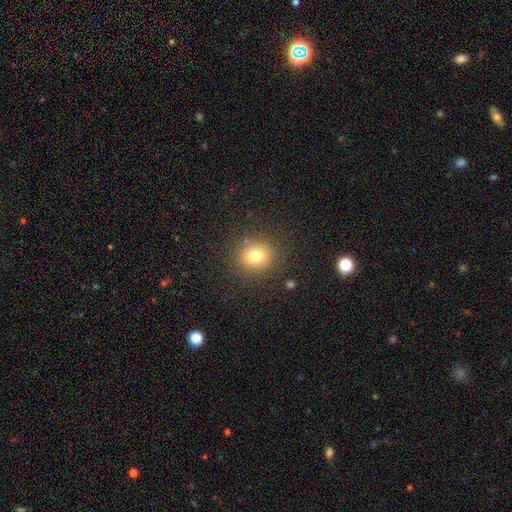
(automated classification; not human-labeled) This appears to be a smooth galaxy with no disk features (76%) that is round (87%). Merging: none (86%).